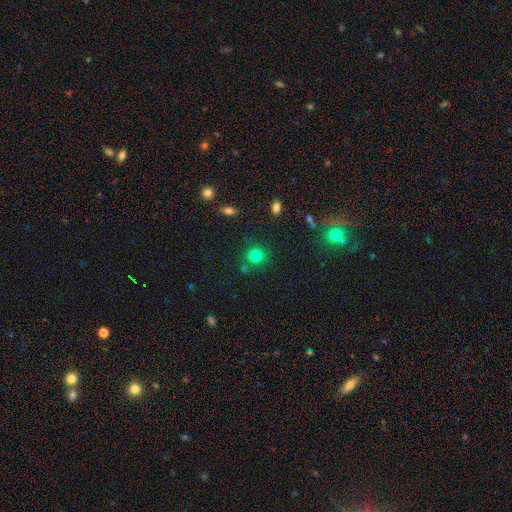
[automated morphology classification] smooth 77%, star or artifact 16%, featured or disk 7%. Down the decision tree: how rounded — round (89%); merging — none (77%).